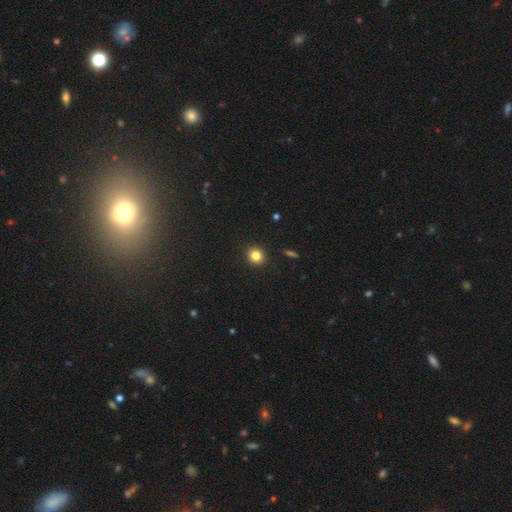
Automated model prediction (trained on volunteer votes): Smooth or featured? Predicted: smooth (p=0.83). How rounded? Predicted: round (p=0.87). Merging? Predicted: none (p=0.92).